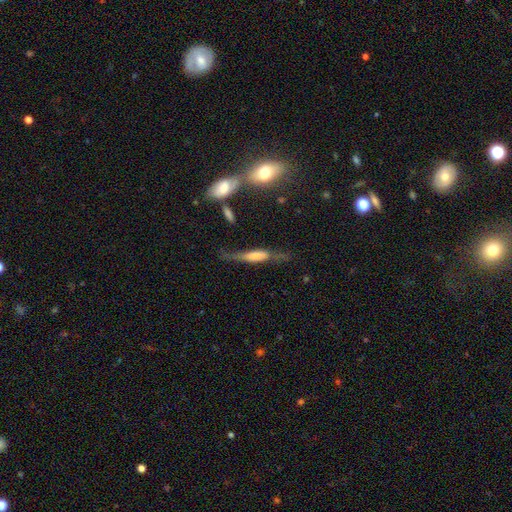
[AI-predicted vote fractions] Q: Smooth or featured?
A: featured or disk (49%); runner-up: smooth (43%)
Q: Merging?
A: none (49%); runner-up: minor disturbance (25%)